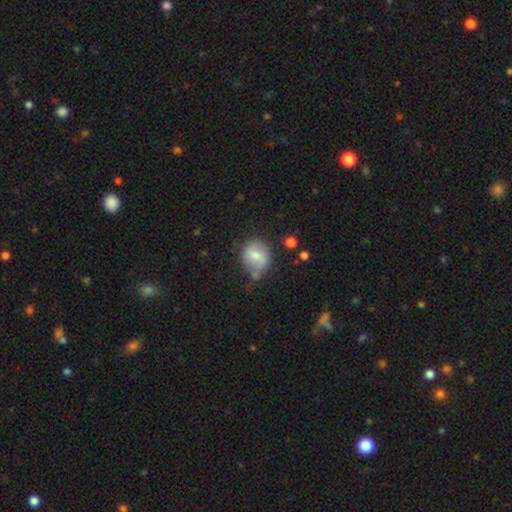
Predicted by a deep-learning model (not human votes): Smooth or featured: smooth — 69% (featured or disk — 23%)
How rounded: round — 70% (in between — 29%)
Merging: none — 50% (minor disturbance — 27%)